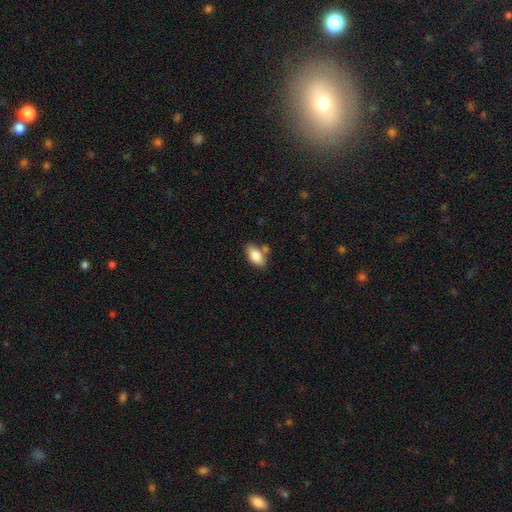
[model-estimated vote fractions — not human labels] Smooth or featured?
  - smooth: 82% *
  - featured or disk: 11%
  - star or artifact: 7%
How rounded?
  - in between: 91% *
  - cigar-shaped: 6%
  - round: 3%
Merging?
  - none: 69% *
  - minor disturbance: 15%
  - merger: 12%
  - major disturbance: 3%